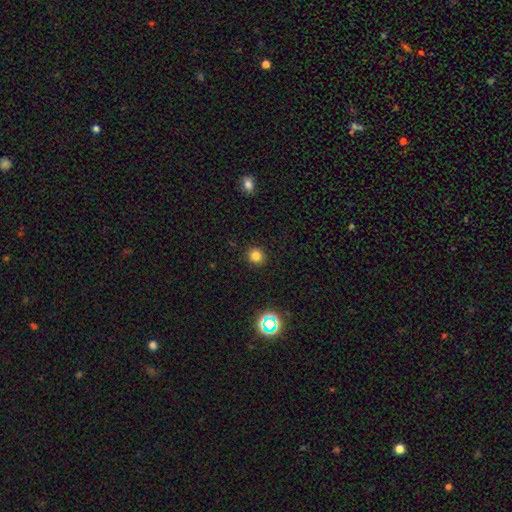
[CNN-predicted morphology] This appears to be a smooth galaxy with no disk features (80%) that is round (84%). Merging: none (90%).